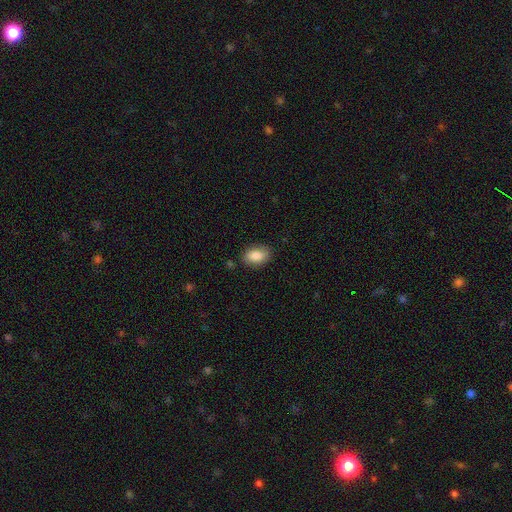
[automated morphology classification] A smooth galaxy with no disk features (87%) that is in between round and cigar-shaped (88%). Merging: none (84%).